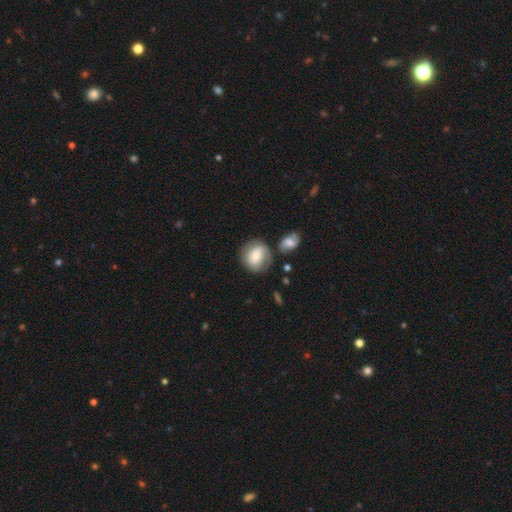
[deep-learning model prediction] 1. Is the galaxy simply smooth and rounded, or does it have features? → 57% smooth, 36% featured or disk, 7% star or artifact.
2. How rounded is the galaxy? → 75% round, 24% in between, 1% cigar-shaped.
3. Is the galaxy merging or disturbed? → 62% none, 19% minor disturbance, 12% merger, 8% major disturbance.